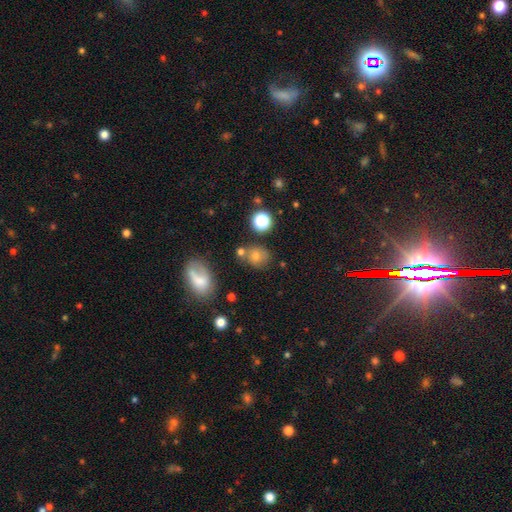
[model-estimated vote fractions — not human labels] A smooth galaxy with no disk features (65%) that is round (64%). Merging: none (68%).